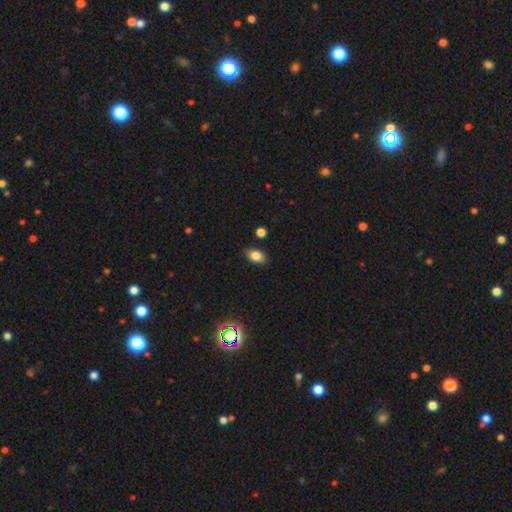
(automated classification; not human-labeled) smooth_or_featured: smooth (p=0.82) [alt: star or artifact p=0.10]
how_rounded: in between (p=0.85) [alt: round p=0.13]
merging: none (p=0.85) [alt: minor disturbance p=0.10]